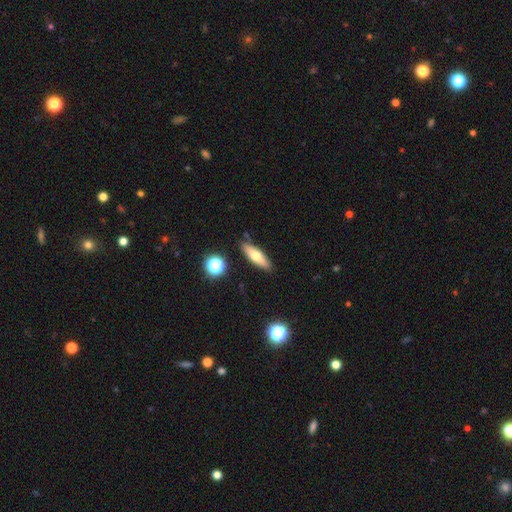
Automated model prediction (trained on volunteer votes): smooth-or-featured: smooth: 64% | featured or disk: 28% | star or artifact: 8%
  how-rounded: cigar-shaped: 51% | in between: 46% | round: 3%
  merging: none: 85% | minor disturbance: 10% | merger: 3% | major disturbance: 2%